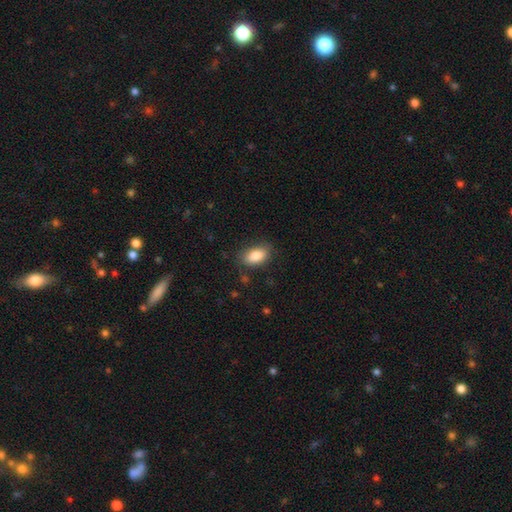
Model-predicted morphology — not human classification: The model was most divided on "merging": none: 81%, minor disturbance: 14%, major disturbance: 4%, merger: 1%. More confident: how rounded — in between (91%); smooth or featured — smooth (86%).